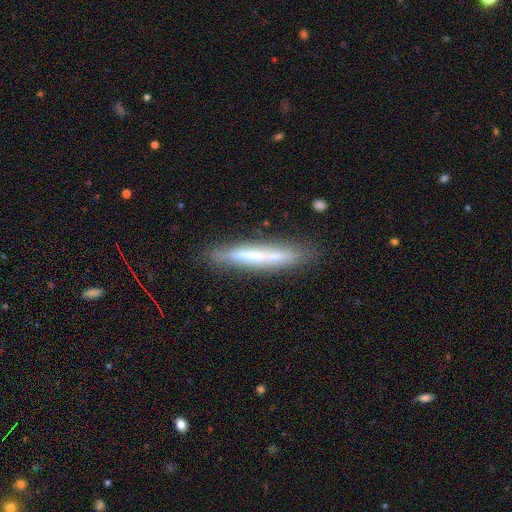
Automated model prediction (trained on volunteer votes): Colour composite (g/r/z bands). It shows a smooth galaxy with no disk features (46%, tied with featured or disk). Merging: none (82%).